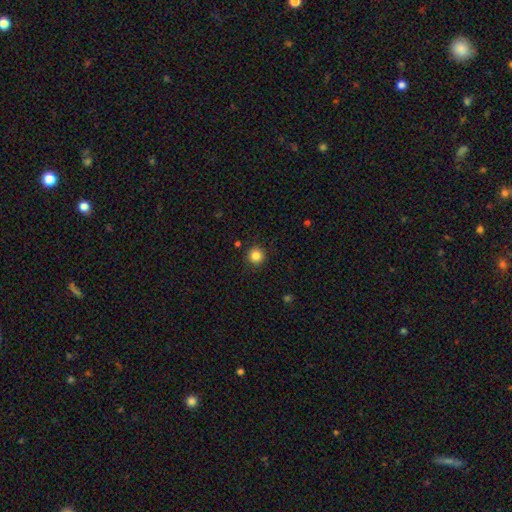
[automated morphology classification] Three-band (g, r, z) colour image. It shows a smooth galaxy with no disk features (85%) that is round (95%). Merging: none (91%).